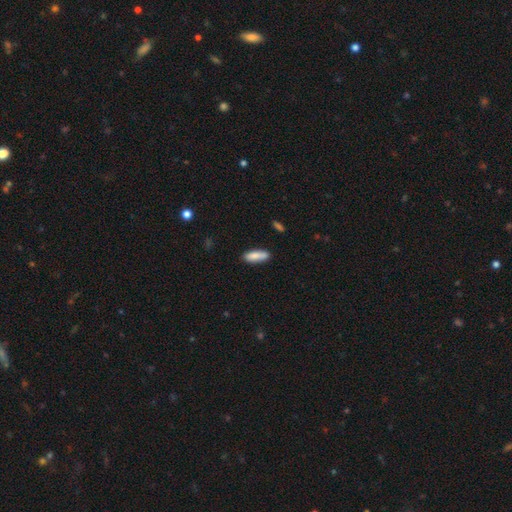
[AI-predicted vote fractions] Morphology: type=smooth (83%); roundness=in between (51%); merging=none (78%).